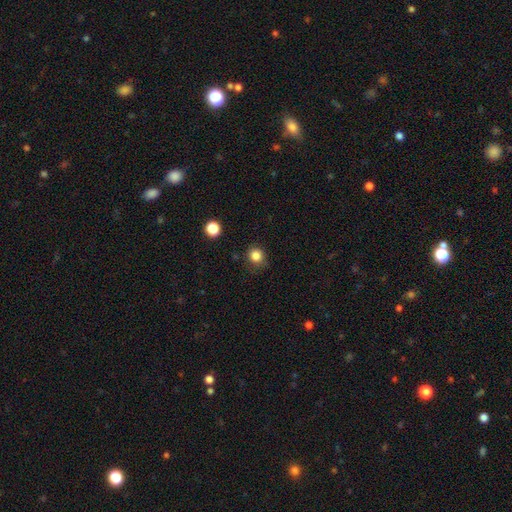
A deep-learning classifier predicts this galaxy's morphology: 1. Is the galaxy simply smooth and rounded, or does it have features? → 84% smooth, 12% star or artifact, 4% featured or disk.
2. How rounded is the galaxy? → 89% round, 10% in between, 1% cigar-shaped.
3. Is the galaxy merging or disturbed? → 81% none, 13% minor disturbance, 4% major disturbance, 2% merger.